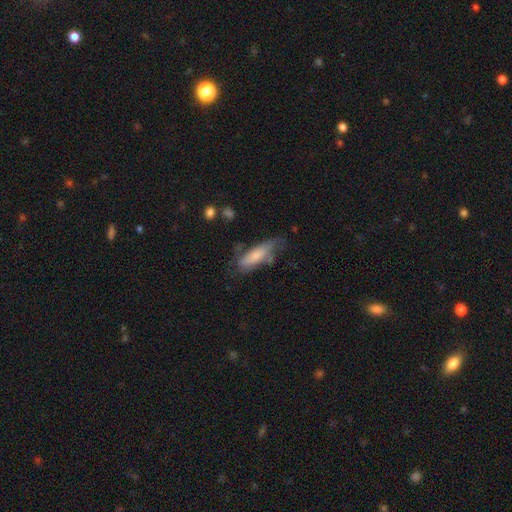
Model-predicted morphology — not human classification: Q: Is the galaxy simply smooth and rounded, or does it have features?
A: smooth — 63%.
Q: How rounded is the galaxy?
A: in between — 54%.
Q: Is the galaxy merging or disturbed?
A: none — 45%.